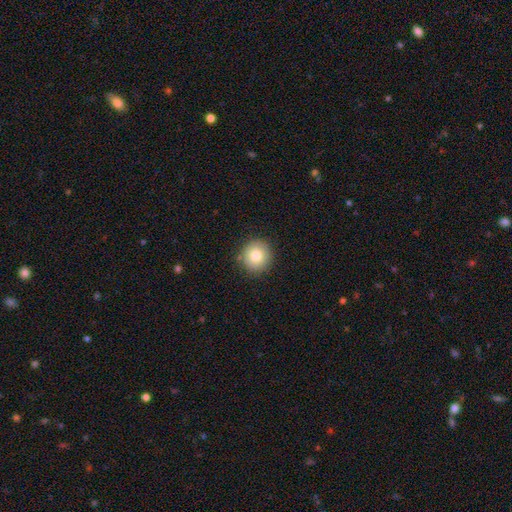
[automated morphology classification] smooth_or_featured: smooth (p=0.81) [alt: star or artifact p=0.10]
how_rounded: round (p=0.92) [alt: in between p=0.07]
merging: none (p=0.88) [alt: minor disturbance p=0.08]